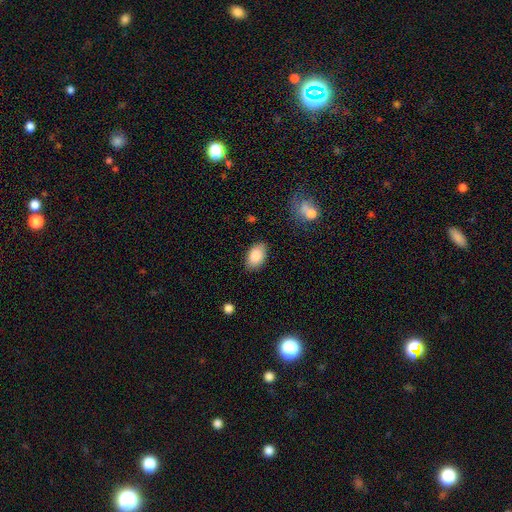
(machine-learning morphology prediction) A smooth galaxy with no disk features (87%) that is in between round and cigar-shaped (91%). Merging: none (84%).